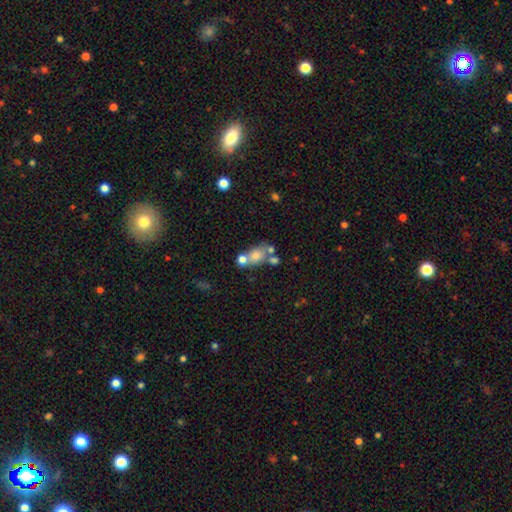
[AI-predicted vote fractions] Smooth or featured? Predicted: smooth (p=0.65). How rounded? Predicted: in between (p=0.61). Merging? Predicted: none (p=0.41).